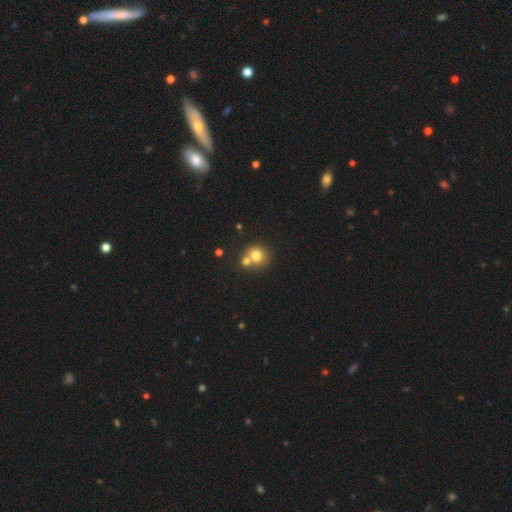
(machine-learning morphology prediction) smooth 76%, star or artifact 13%, featured or disk 11%. Down the decision tree: how rounded — round (88%); merging — none (52%).